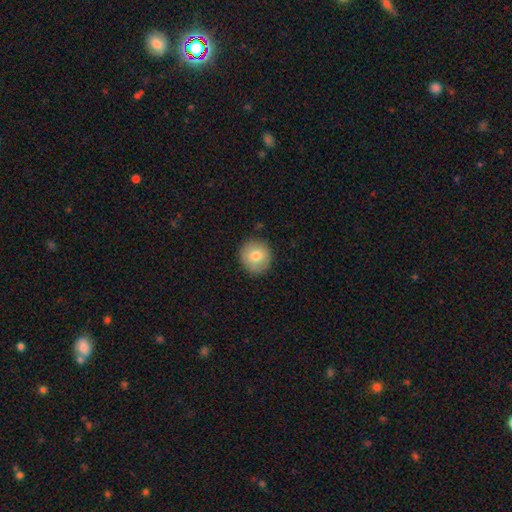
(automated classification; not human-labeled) smooth 77%, featured or disk 15%, star or artifact 8%. Down the decision tree: how rounded — round (93%); merging — none (88%).